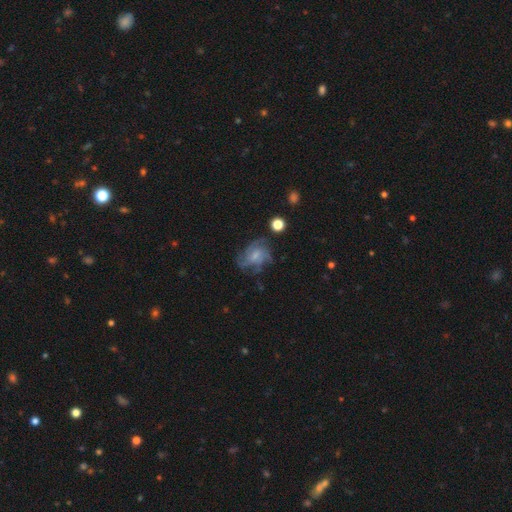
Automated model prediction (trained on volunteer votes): This appears to be a featured or disk galaxy (61%) with no bar (67%), spiral arms (78%) and a small central bulge (42%). Merging: none (55%).